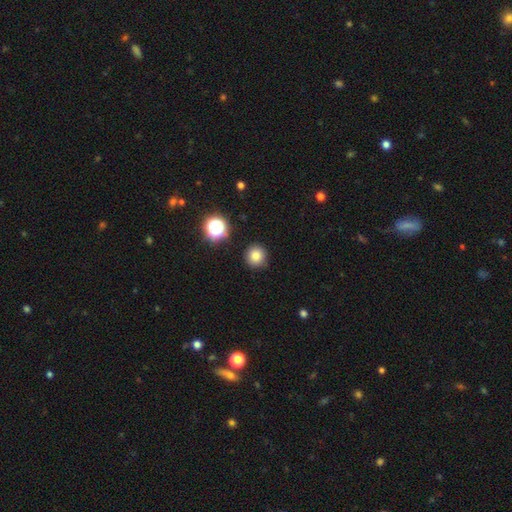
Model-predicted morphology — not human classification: This appears to be a smooth galaxy with no disk features (81%) that is round (93%). Merging: none (89%).